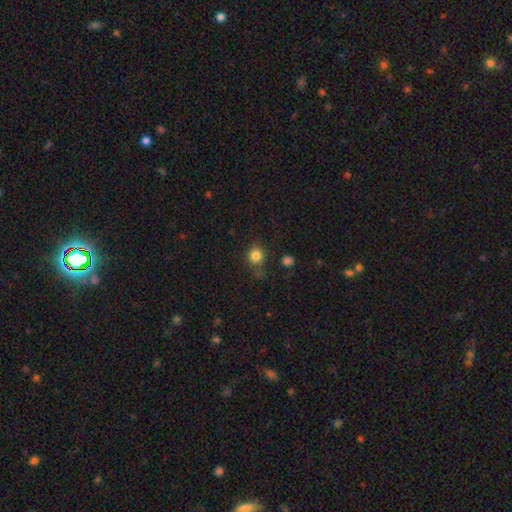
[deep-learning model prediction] Overall: smooth (82%). How rounded: round (87%). Merging: none (76%).